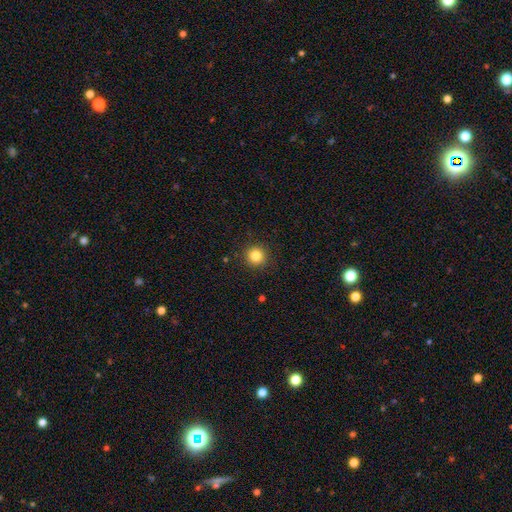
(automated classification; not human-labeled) Morphology: type=smooth (83%); roundness=round (94%); merging=none (91%).